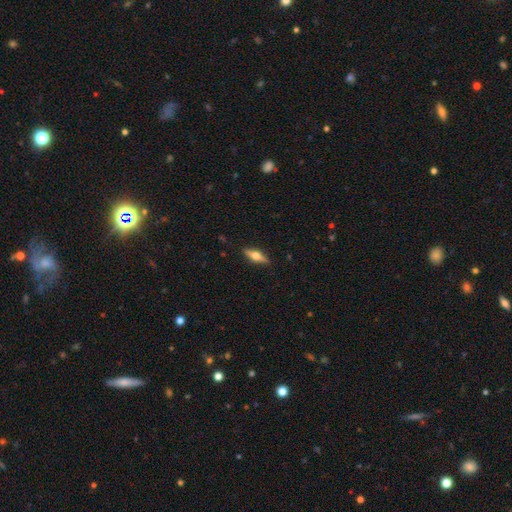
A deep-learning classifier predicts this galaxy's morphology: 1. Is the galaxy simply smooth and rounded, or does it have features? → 53% featured or disk, 41% smooth, 6% star or artifact.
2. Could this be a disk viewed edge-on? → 93% yes, 7% no.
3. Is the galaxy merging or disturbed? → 88% none, 9% minor disturbance, 2% major disturbance, 1% merger.